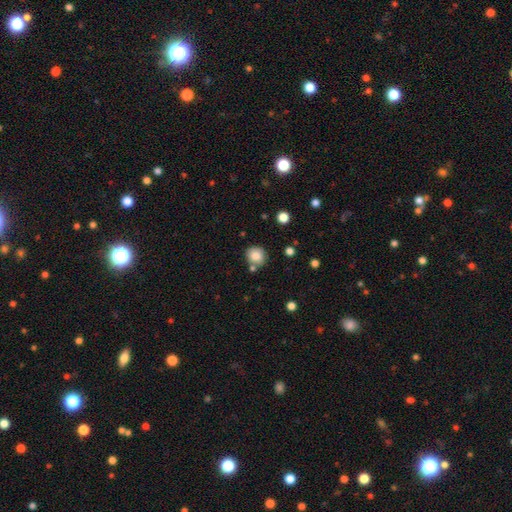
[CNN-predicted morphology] type=smooth (84%); roundness=round (87%); merging=none (73%).